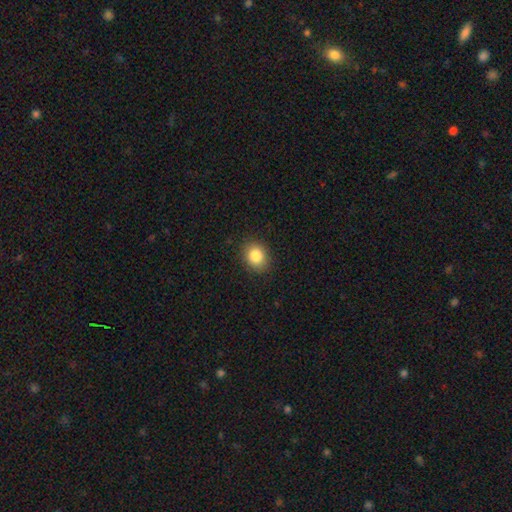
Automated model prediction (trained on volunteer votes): Smooth or featured? Predicted: smooth (p=0.85). How rounded? Predicted: round (p=0.61). Merging? Predicted: none (p=0.88).